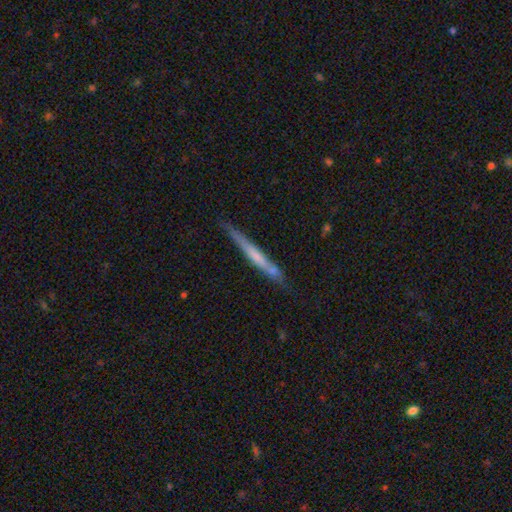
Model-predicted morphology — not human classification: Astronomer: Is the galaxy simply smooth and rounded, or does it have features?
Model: featured or disk — 47%, tied with smooth at 47%.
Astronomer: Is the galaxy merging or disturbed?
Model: none — 78%.